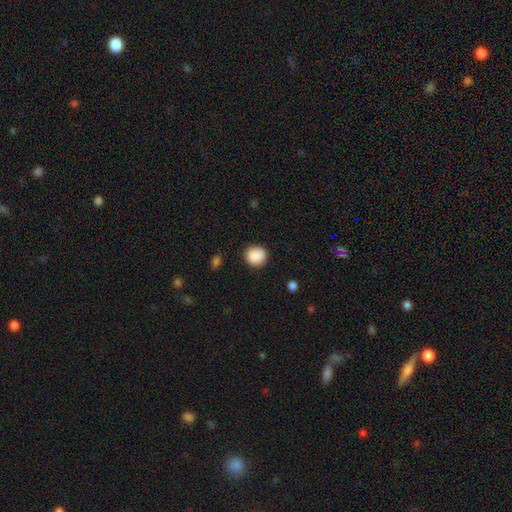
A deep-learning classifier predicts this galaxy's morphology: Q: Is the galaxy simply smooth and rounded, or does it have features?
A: smooth — 89%.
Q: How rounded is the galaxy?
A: round — 88%.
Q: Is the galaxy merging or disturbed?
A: none — 87%.